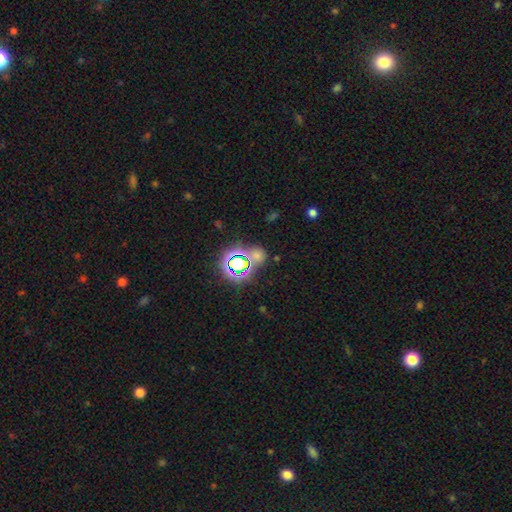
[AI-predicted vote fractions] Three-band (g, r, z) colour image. It shows a star or artifact, not a galaxy (53%).